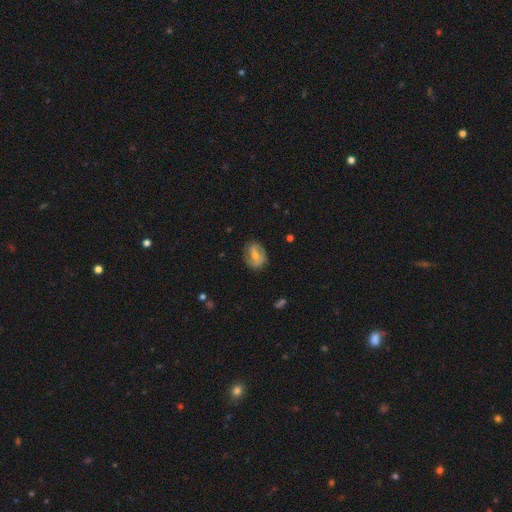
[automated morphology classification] Smooth or featured? featured or disk (54%)
Edge-on disk? no (95%)
Bar? weak (43%)
Spiral arms? yes (71%)
Bulge size? moderate (55%)
Merging? none (75%)